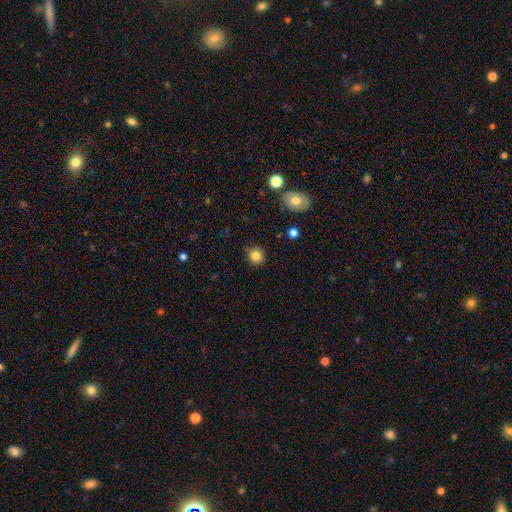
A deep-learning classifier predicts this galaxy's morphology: Q: Smooth or featured?
A: smooth (82%); runner-up: star or artifact (11%)
Q: How rounded?
A: round (91%); runner-up: in between (8%)
Q: Merging?
A: none (87%); runner-up: minor disturbance (9%)